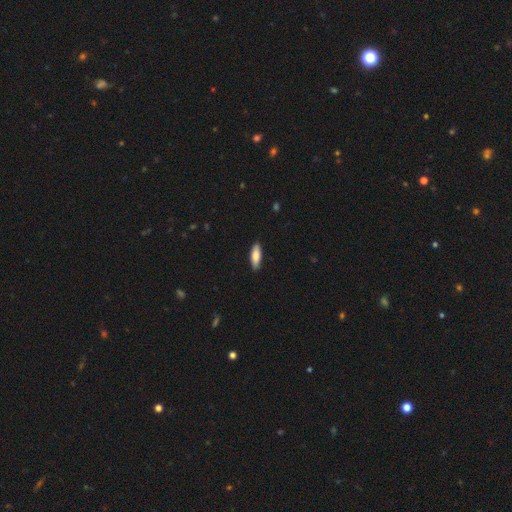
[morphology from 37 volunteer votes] smooth-or-featured: smooth: 70% | featured or disk: 24% | star or artifact: 5%
  how-rounded: cigar-shaped: 58% | in between: 42% | round: 0%
  merging: none: 86% | minor disturbance: 14% | major disturbance: 0% | merger: 0%